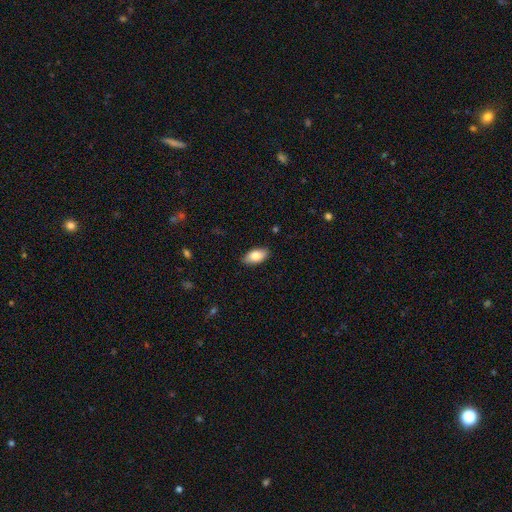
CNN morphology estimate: smooth-or-featured: smooth: 83% | featured or disk: 11% | star or artifact: 6%
  how-rounded: in between: 92% | cigar-shaped: 5% | round: 3%
  merging: none: 87% | minor disturbance: 10% | major disturbance: 2% | merger: 1%